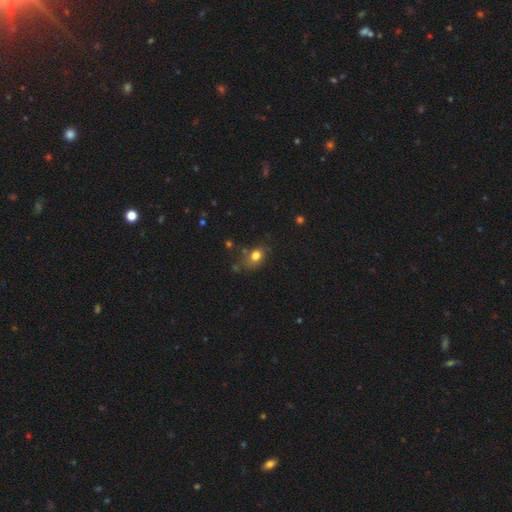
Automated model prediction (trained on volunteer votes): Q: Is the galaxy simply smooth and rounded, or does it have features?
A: smooth — 78%.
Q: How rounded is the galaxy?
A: in between — 56%.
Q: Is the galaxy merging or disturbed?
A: none — 57%.